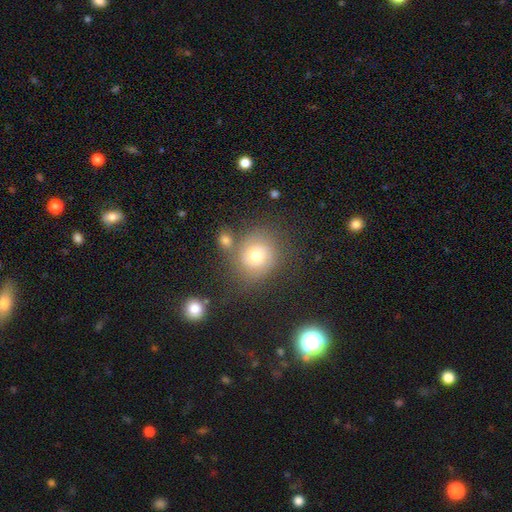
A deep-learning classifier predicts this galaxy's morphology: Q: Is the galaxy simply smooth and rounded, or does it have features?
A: smooth — 59%.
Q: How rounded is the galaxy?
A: round — 82%.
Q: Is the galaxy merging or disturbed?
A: none — 67%.